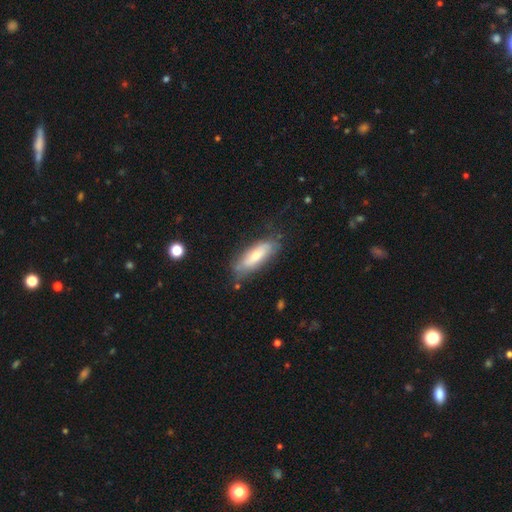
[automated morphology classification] Smooth or featured? smooth (62%)
How rounded? in between (63%)
Merging? none (67%)